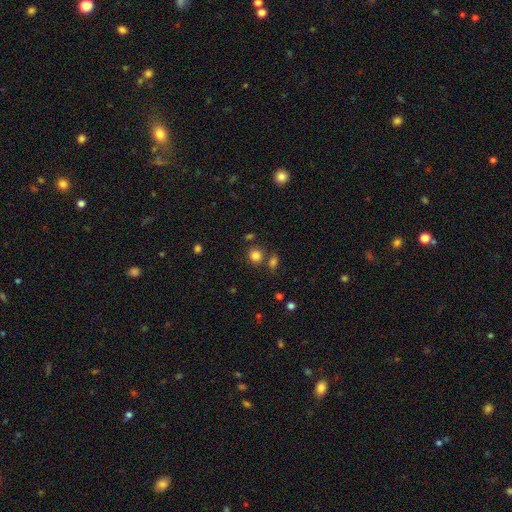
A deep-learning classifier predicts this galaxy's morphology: Smooth or featured?
  - smooth: 82% *
  - star or artifact: 13%
  - featured or disk: 5%
How rounded?
  - round: 85% *
  - in between: 14%
  - cigar-shaped: 1%
Merging?
  - none: 75% *
  - merger: 13%
  - minor disturbance: 9%
  - major disturbance: 3%